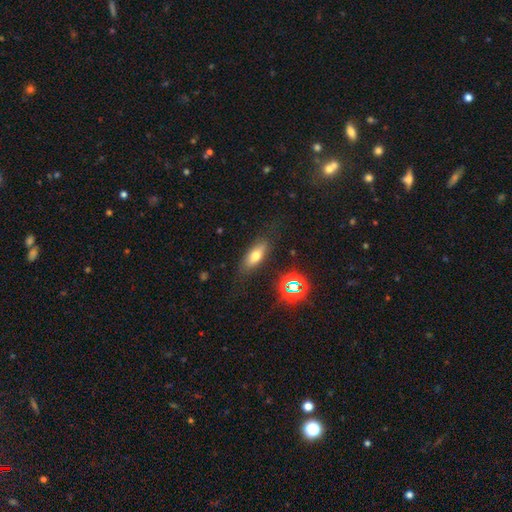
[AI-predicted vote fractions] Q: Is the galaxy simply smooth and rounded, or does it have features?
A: smooth — 65%.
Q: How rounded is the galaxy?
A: in between — 71%.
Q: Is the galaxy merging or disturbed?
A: none — 78%.